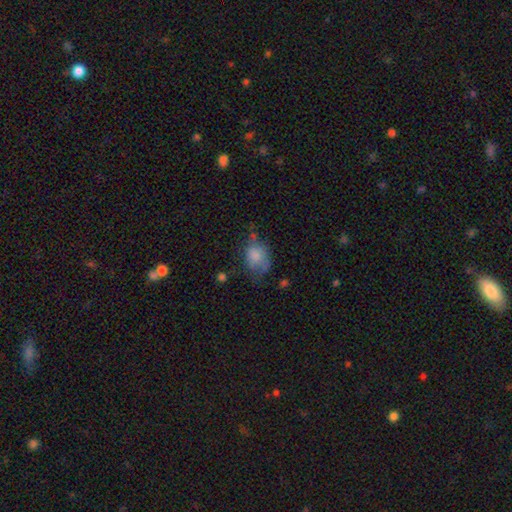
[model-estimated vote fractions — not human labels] smooth-or-featured: smooth: 71% | featured or disk: 20% | star or artifact: 9%
  how-rounded: in between: 66% | round: 32% | cigar-shaped: 1%
  merging: minor disturbance: 36% | none: 35% | major disturbance: 24% | merger: 5%